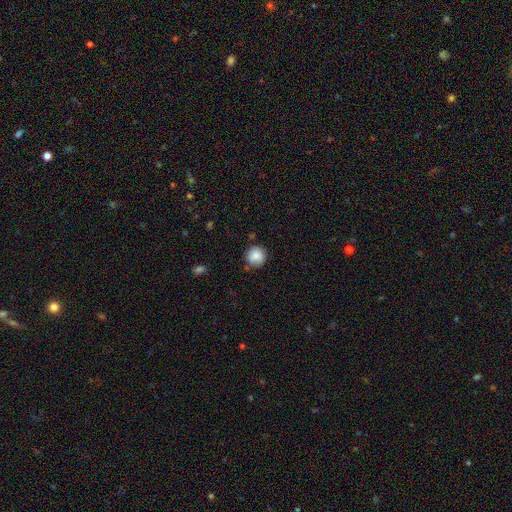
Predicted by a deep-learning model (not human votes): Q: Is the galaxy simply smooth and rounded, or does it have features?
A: smooth — 86%.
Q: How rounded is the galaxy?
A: round — 93%.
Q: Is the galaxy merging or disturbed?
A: none — 82%.